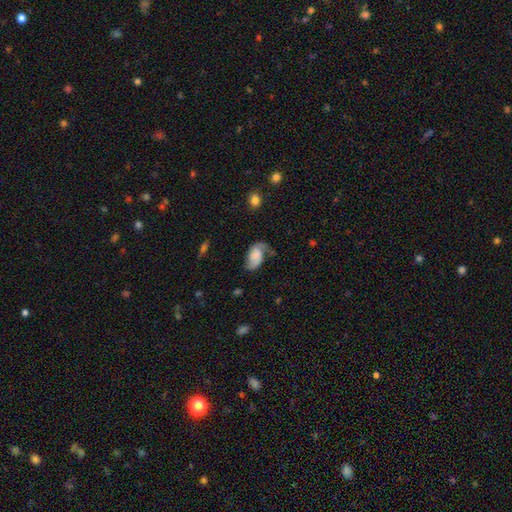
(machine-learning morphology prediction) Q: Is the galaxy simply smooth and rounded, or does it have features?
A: featured or disk — 53%.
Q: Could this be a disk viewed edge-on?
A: no — 96%.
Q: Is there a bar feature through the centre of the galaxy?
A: no — 65%.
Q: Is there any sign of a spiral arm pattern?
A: yes — 89%.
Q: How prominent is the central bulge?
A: none — 39%.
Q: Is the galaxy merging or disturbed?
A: none — 40%.